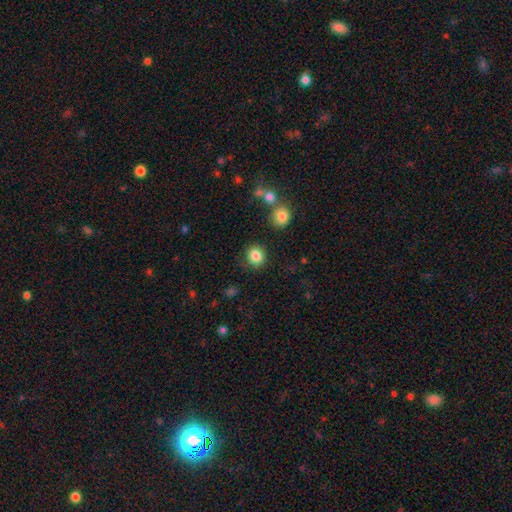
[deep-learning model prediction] A smooth galaxy with no disk features (85%) that is round (84%).

Vote fractions:
- Smooth or featured? smooth: 85% / star or artifact: 10% / featured or disk: 5%
- How rounded? round: 84% / in between: 15% / cigar-shaped: 1%
- Merging? none: 85% / minor disturbance: 9% / major disturbance: 3% / merger: 3%